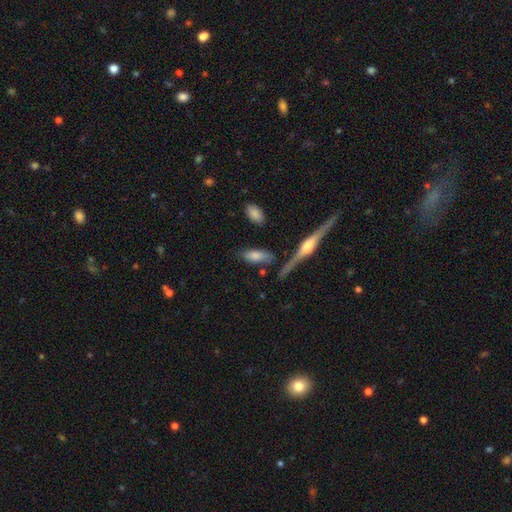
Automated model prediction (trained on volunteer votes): The model was most divided on "smooth or featured": smooth: 70%, featured or disk: 23%, star or artifact: 7%. More confident: how rounded — in between (72%); merging — none (69%).